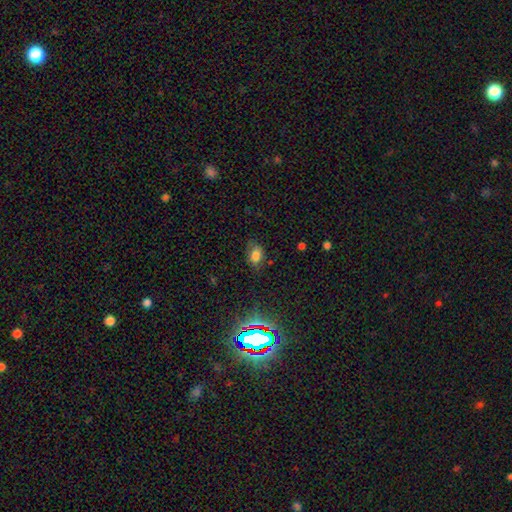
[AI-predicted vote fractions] Q: Smooth or featured?
A: smooth (73%); runner-up: star or artifact (16%)
Q: How rounded?
A: in between (84%); runner-up: round (15%)
Q: Merging?
A: none (71%); runner-up: minor disturbance (20%)